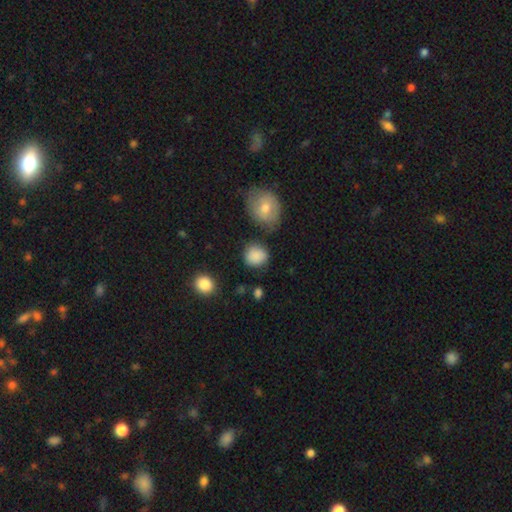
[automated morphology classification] type=smooth (85%); roundness=round (84%); merging=none (69%).